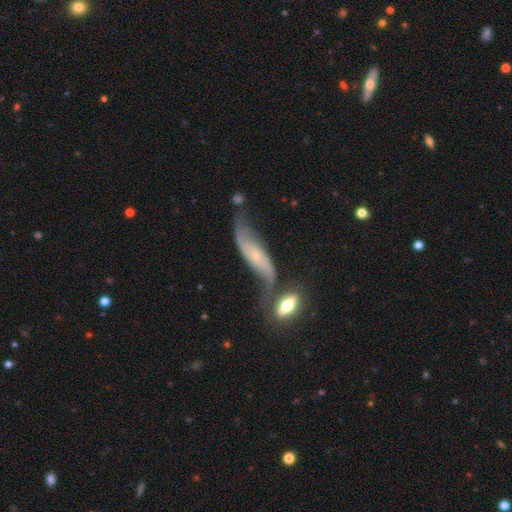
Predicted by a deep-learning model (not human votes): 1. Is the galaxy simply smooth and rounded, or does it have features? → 73% featured or disk, 20% smooth, 7% star or artifact.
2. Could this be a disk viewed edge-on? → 80% no, 20% yes.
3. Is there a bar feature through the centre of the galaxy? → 65% no, 25% weak, 10% strong.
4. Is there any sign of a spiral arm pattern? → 87% yes, 13% no.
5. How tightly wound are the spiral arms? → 71% loose, 20% medium, 10% tight.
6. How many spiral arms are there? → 86% 2, 9% can't tell, 2% 1, 1% 3, 1% 4, 1% more than 4.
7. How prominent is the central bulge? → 79% small, 14% moderate, 4% none, 1% large, 1% dominant.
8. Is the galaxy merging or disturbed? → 39% none, 24% minor disturbance, 21% merger, 17% major disturbance.